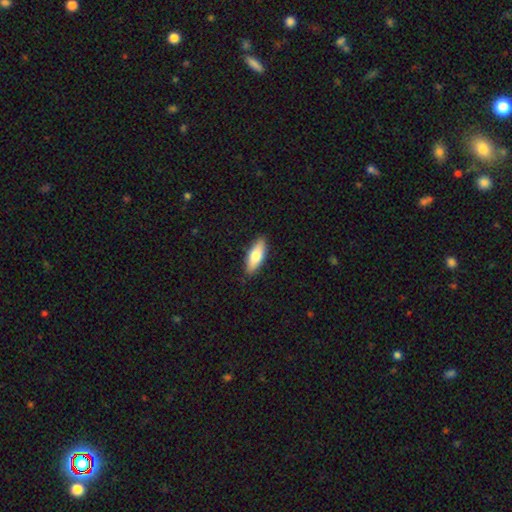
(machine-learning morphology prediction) smooth 72%, featured or disk 22%, star or artifact 5%. Down the decision tree: how rounded — in between (67%); merging — none (88%).